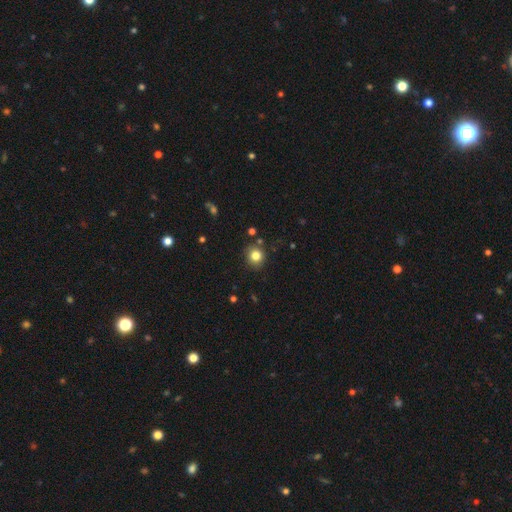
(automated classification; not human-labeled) A smooth galaxy with no disk features (81%) that is round (87%).

Vote fractions:
- Smooth or featured? smooth: 81% / star or artifact: 12% / featured or disk: 7%
- How rounded? round: 87% / in between: 12% / cigar-shaped: 1%
- Merging? none: 83% / minor disturbance: 11% / merger: 4% / major disturbance: 3%